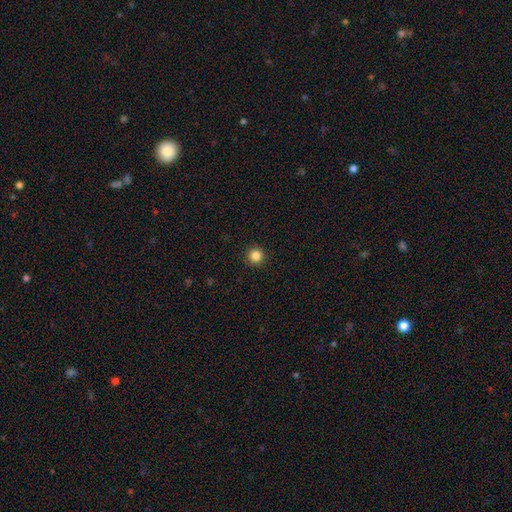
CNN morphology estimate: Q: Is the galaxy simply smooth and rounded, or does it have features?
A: smooth — 85%.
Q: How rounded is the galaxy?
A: round — 96%.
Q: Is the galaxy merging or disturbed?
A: none — 93%.